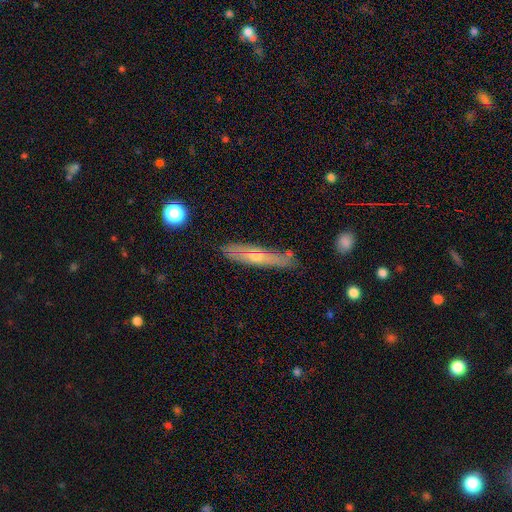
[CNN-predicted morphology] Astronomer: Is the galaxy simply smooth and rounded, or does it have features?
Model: featured or disk — 51% (runner-up: smooth, 43%).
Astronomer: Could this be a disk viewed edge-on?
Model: yes — 75%.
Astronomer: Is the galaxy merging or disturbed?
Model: none — 77%.